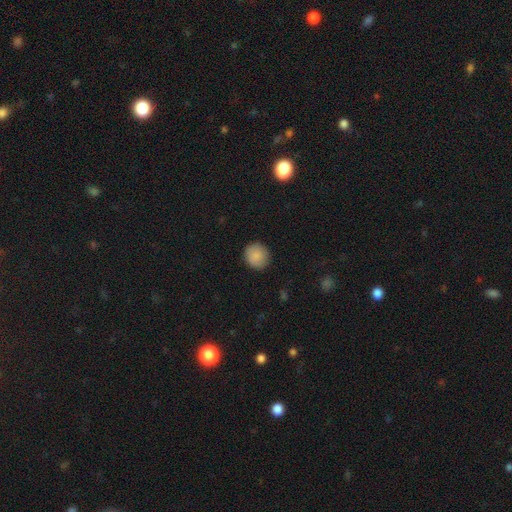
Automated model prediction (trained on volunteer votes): This appears to be a smooth galaxy with no disk features (88%) that is round (87%). Merging: none (89%).